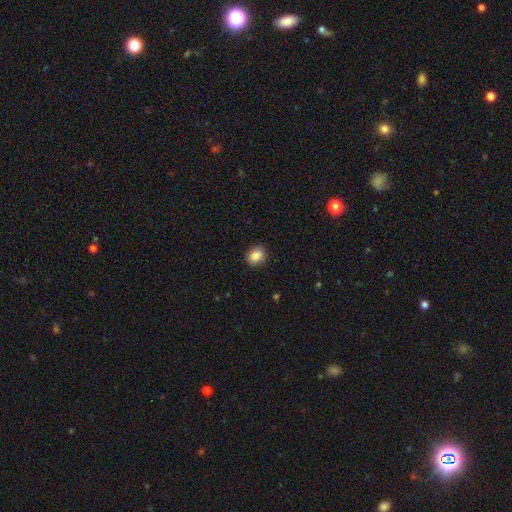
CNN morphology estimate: A smooth galaxy with no disk features (87%) that is in between round and cigar-shaped (51%). Merging: none (88%).